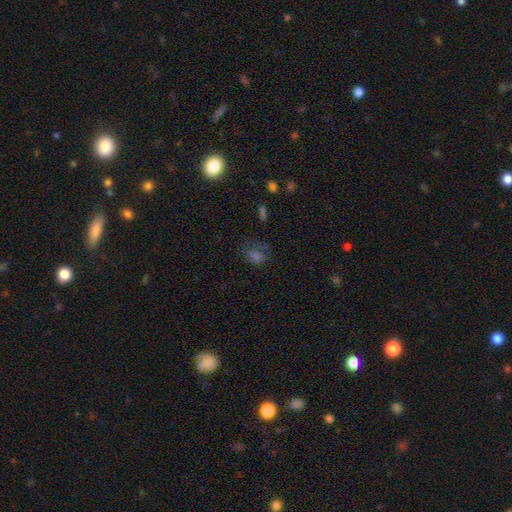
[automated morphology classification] The model was most divided on "how rounded": in between: 55%, round: 43%, cigar-shaped: 2%. More confident: smooth or featured — smooth (56%); merging — none (54%).